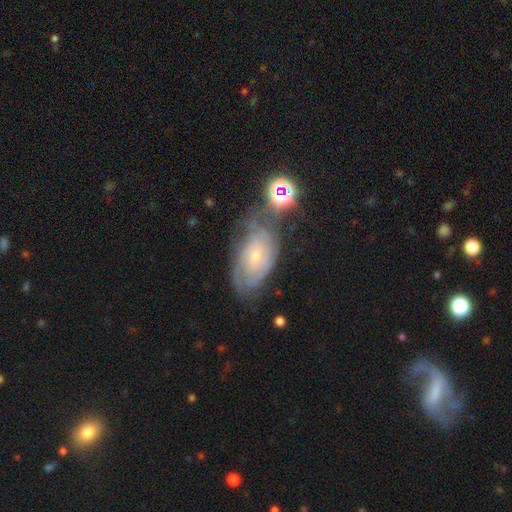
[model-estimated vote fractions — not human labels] Morphology: type=featured or disk (68%); edge-on=no (94%); bar=no (73%); spiral arms=yes (85%); winding=tight (70%); arm count=can't tell (60%); bulge=small (75%); merging=none (56%).